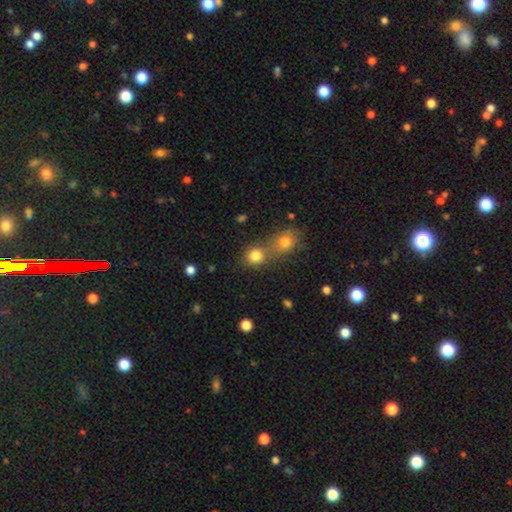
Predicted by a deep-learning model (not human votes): A smooth galaxy with no disk features (81%) that is round (77%). Merging: merger (47%).